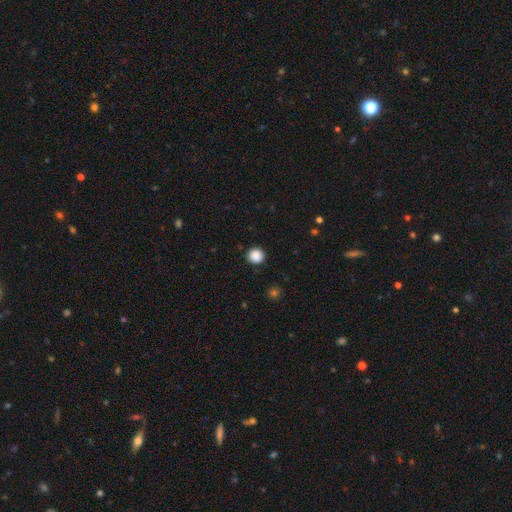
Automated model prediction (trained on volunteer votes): Smooth or featured? Predicted: smooth (p=0.87). How rounded? Predicted: round (p=0.94). Merging? Predicted: none (p=0.92).